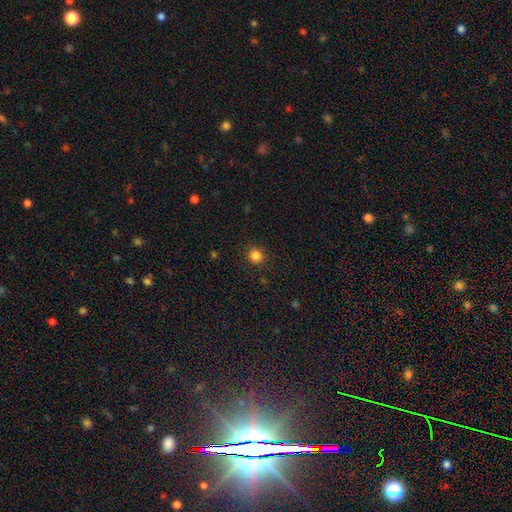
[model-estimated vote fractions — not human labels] A smooth galaxy with no disk features (83%) that is round (93%).

Vote fractions:
- Smooth or featured? smooth: 83% / star or artifact: 13% / featured or disk: 4%
- How rounded? round: 93% / in between: 7% / cigar-shaped: 1%
- Merging? none: 90% / minor disturbance: 6% / major disturbance: 2% / merger: 1%